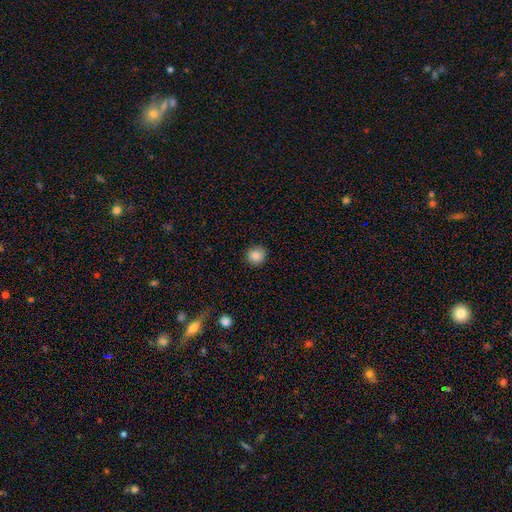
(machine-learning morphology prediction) smooth_or_featured: smooth (p=0.86) [alt: star or artifact p=0.10]
how_rounded: round (p=0.91) [alt: in between p=0.08]
merging: none (p=0.90) [alt: minor disturbance p=0.07]